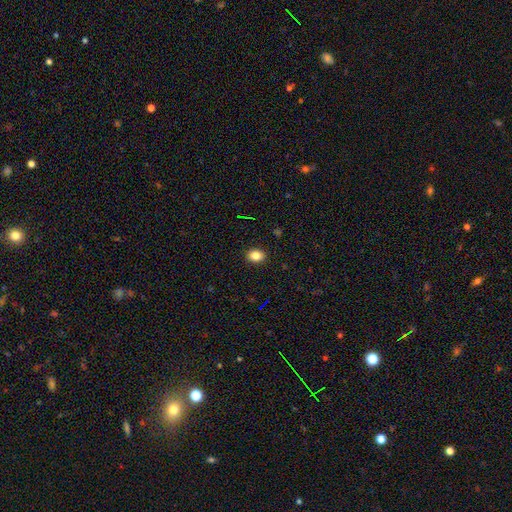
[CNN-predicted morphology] A smooth galaxy with no disk features (83%) that is in between round and cigar-shaped (64%).

Vote fractions:
- Smooth or featured? smooth: 83% / star or artifact: 11% / featured or disk: 6%
- How rounded? in between: 64% / round: 35% / cigar-shaped: 1%
- Merging? none: 90% / minor disturbance: 7% / major disturbance: 2% / merger: 1%